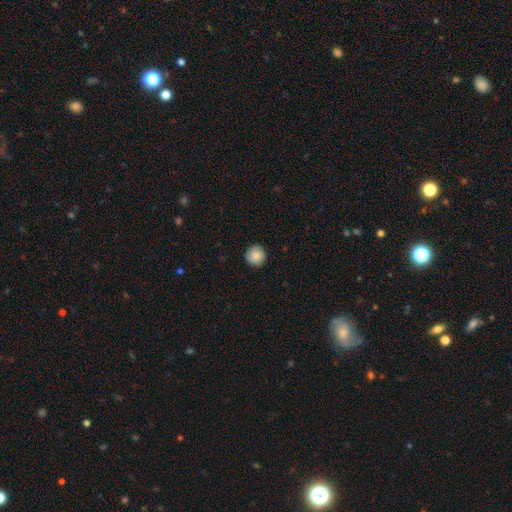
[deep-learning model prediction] A smooth galaxy with no disk features (85%) that is round (95%).

Vote fractions:
- Smooth or featured? smooth: 85% / star or artifact: 8% / featured or disk: 7%
- How rounded? round: 95% / in between: 4% / cigar-shaped: 1%
- Merging? none: 89% / minor disturbance: 8% / major disturbance: 2% / merger: 1%